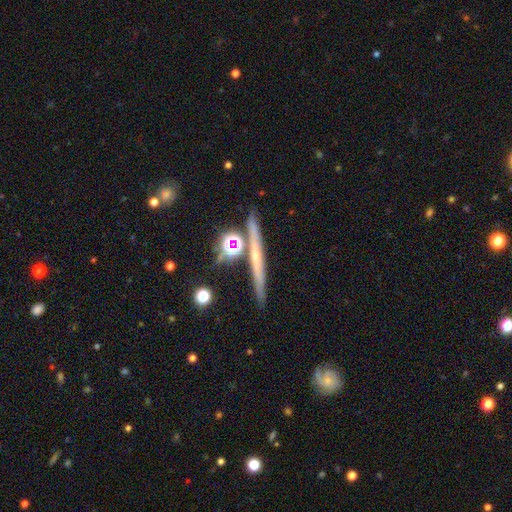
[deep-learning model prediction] Overall: featured or disk (48%; smooth 34%). Merging: none (81%).